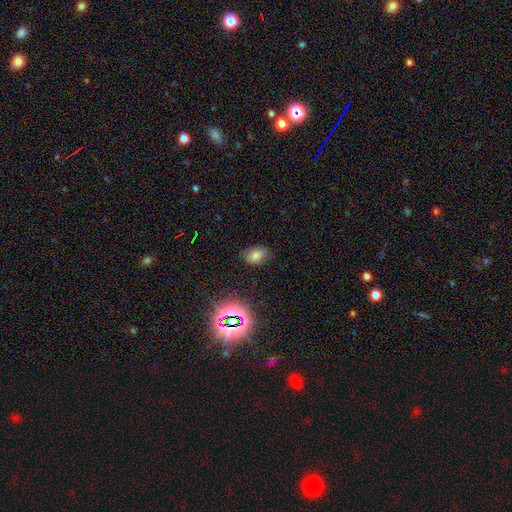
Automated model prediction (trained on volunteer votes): This is likely a smooth galaxy (67%). How rounded: likely in between (76%). Merging: likely none (77%).